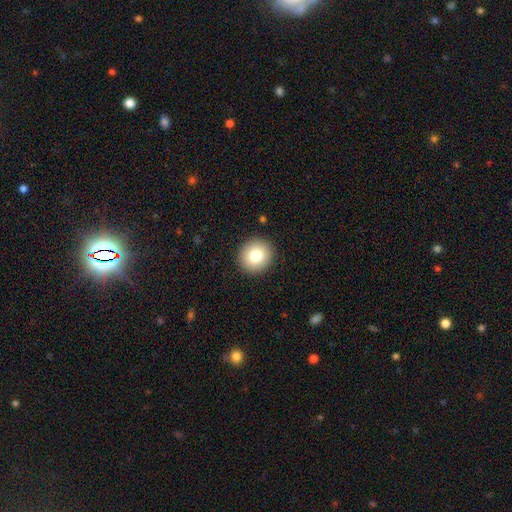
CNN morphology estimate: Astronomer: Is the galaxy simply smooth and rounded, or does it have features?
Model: smooth — 80%.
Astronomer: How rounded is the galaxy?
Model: round — 90%.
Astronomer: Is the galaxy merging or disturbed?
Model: none — 92%.